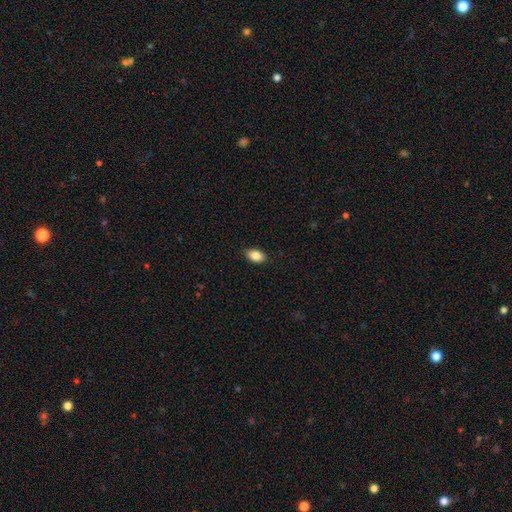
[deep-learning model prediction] A smooth galaxy with no disk features (85%) that is in between round and cigar-shaped (90%).

Vote fractions:
- Smooth or featured? smooth: 85% / star or artifact: 8% / featured or disk: 7%
- How rounded? in between: 90% / round: 8% / cigar-shaped: 2%
- Merging? none: 89% / minor disturbance: 9% / major disturbance: 2% / merger: 1%